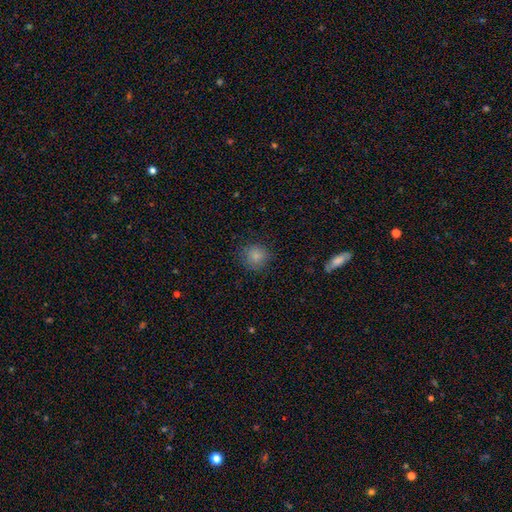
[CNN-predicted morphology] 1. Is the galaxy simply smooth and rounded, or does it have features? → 83% smooth, 12% star or artifact, 6% featured or disk.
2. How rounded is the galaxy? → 90% round, 9% in between, 1% cigar-shaped.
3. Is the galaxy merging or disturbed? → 85% none, 11% minor disturbance, 3% major disturbance, 1% merger.